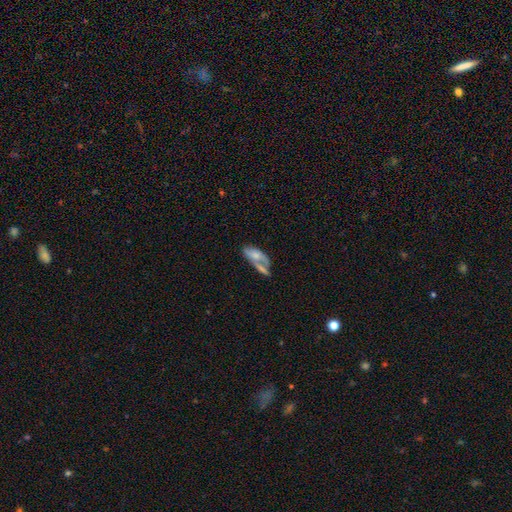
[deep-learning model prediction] This is possibly a smooth galaxy (58%). How rounded: likely in between (80%). Merging: marginally merger (42%).